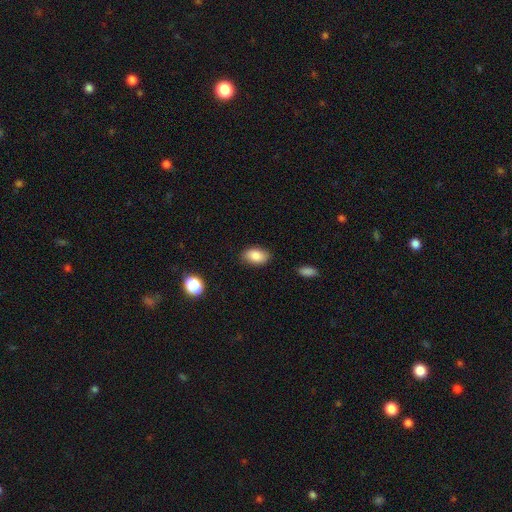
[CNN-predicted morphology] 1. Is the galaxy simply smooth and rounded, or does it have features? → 85% smooth, 8% star or artifact, 7% featured or disk.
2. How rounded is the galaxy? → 90% in between, 8% round, 2% cigar-shaped.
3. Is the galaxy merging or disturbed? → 84% none, 12% minor disturbance, 3% major disturbance, 2% merger.